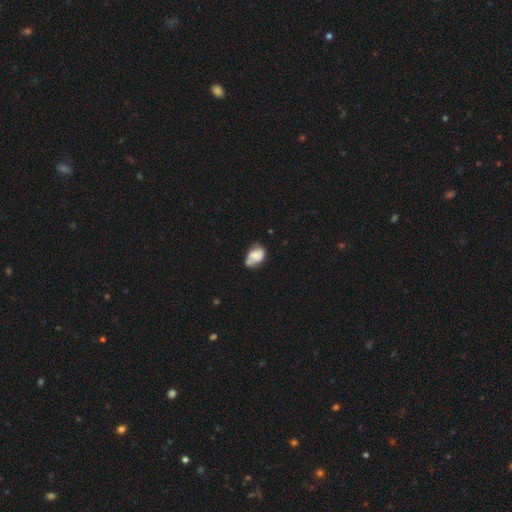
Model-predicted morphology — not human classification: Q: Smooth or featured?
A: smooth (58%); runner-up: featured or disk (34%)
Q: How rounded?
A: in between (79%); runner-up: round (20%)
Q: Merging?
A: none (40%); runner-up: minor disturbance (31%)